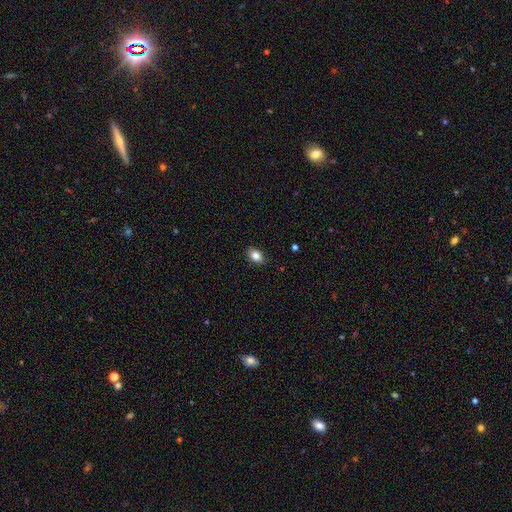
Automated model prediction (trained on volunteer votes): A smooth galaxy with no disk features (84%) that is in between round and cigar-shaped (76%).

Vote fractions:
- Smooth or featured? smooth: 84% / star or artifact: 9% / featured or disk: 7%
- How rounded? in between: 76% / round: 22% / cigar-shaped: 1%
- Merging? none: 87% / minor disturbance: 10% / major disturbance: 2% / merger: 1%